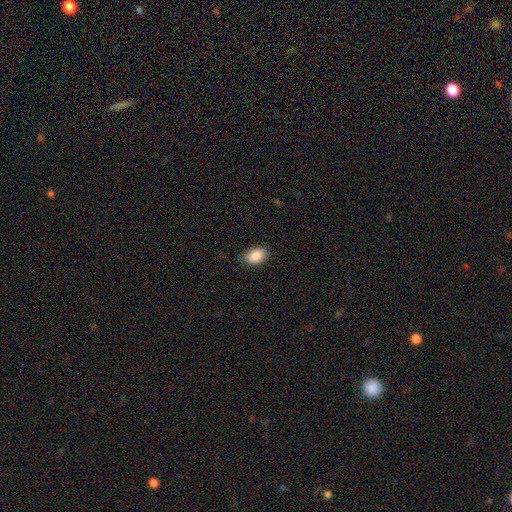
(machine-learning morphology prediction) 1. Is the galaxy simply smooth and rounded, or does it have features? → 88% smooth, 7% star or artifact, 5% featured or disk.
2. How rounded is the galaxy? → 89% in between, 9% round, 1% cigar-shaped.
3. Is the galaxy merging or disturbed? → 82% none, 14% minor disturbance, 3% major disturbance, 1% merger.